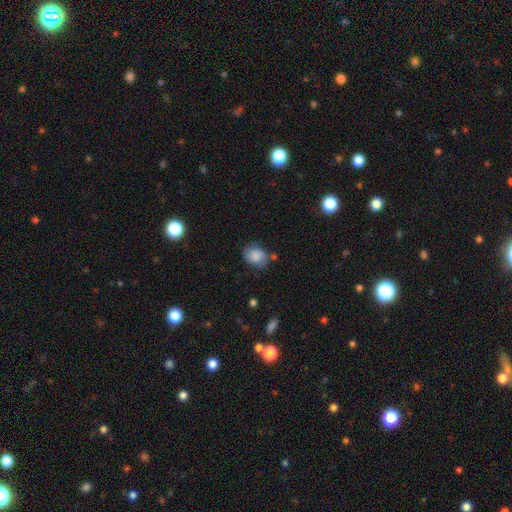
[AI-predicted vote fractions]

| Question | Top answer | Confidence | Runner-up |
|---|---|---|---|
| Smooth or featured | smooth | 76% | featured or disk (14%) |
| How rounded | in between | 56% | round (43%) |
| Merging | none | 61% | minor disturbance (26%) |